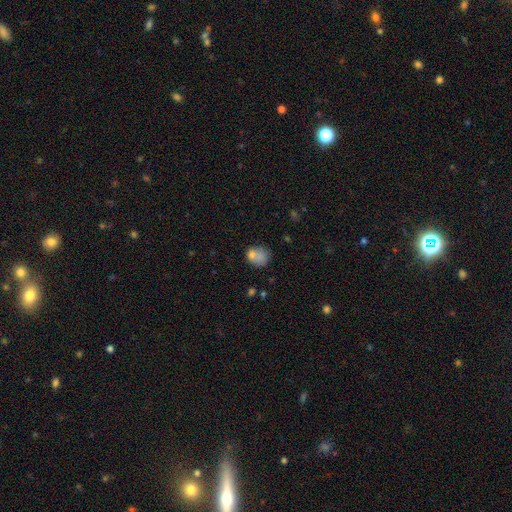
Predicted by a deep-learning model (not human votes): Smooth or featured?
  - smooth: 75% *
  - featured or disk: 15%
  - star or artifact: 10%
How rounded?
  - round: 66% *
  - in between: 33%
  - cigar-shaped: 1%
Merging?
  - none: 49% *
  - merger: 22%
  - minor disturbance: 20%
  - major disturbance: 10%